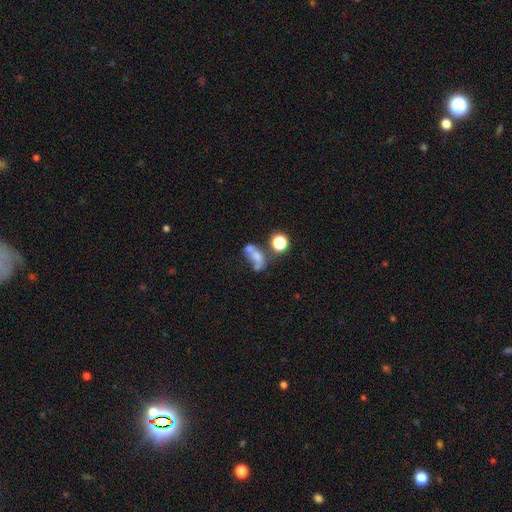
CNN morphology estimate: This is possibly a smooth galaxy (50%). How rounded: likely in between (67%). Merging: marginally merger (42%).